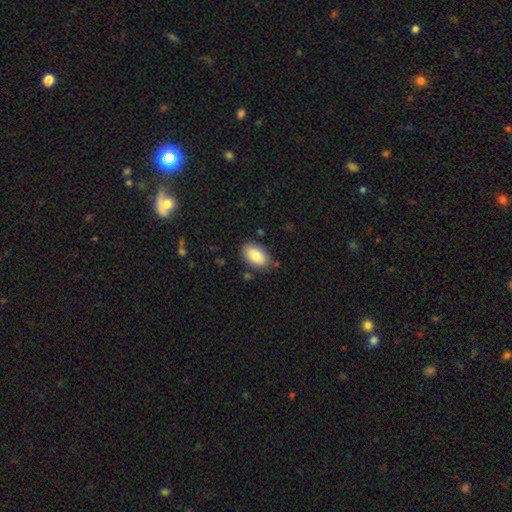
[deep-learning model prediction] This is clearly a smooth galaxy (86%). How rounded: clearly in between (94%). Merging: clearly none (81%).